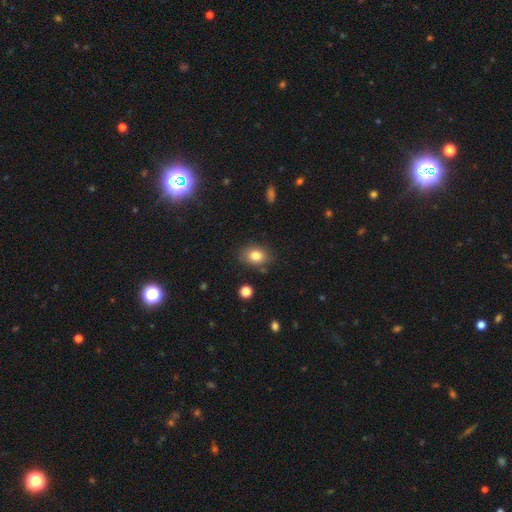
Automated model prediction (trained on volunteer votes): smooth 82%, star or artifact 9%, featured or disk 9%. Down the decision tree: how rounded — in between (71%); merging — none (80%).